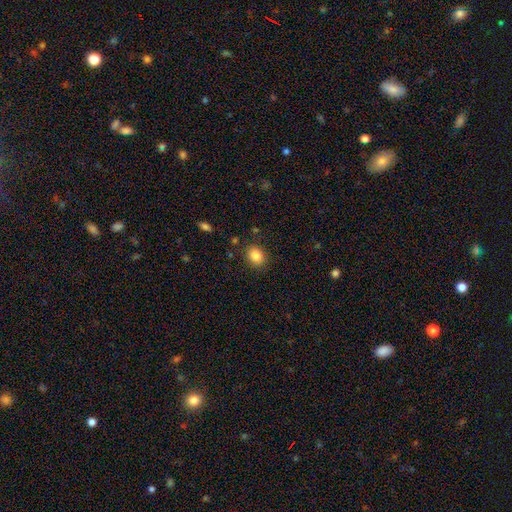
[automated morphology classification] smooth 85%, star or artifact 10%, featured or disk 5%. Down the decision tree: how rounded — round (55%); merging — none (86%).